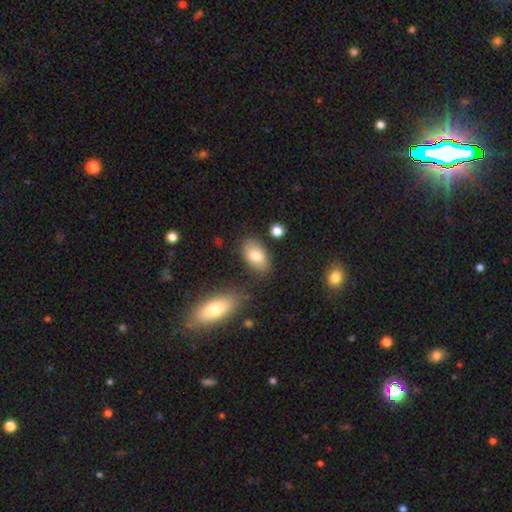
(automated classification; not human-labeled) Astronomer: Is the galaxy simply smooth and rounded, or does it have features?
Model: smooth — 79%.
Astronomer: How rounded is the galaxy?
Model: in between — 93%.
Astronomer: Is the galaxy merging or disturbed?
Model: none — 78%.